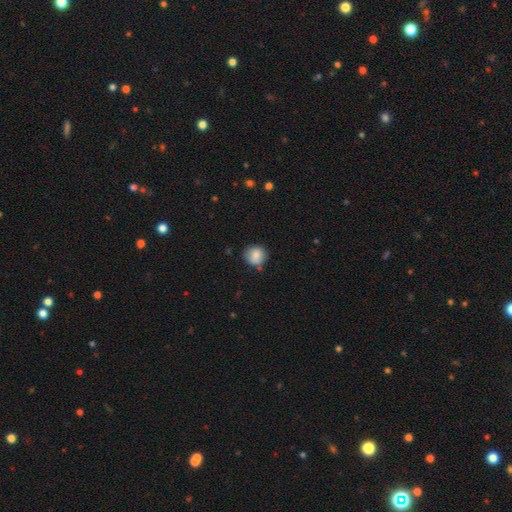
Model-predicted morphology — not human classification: Smooth or featured: smooth — 80% (featured or disk — 11%)
How rounded: round — 85% (in between — 14%)
Merging: none — 72% (minor disturbance — 20%)